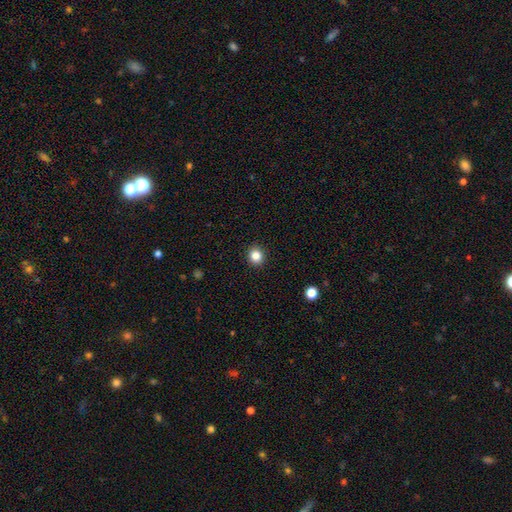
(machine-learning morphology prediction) The model was most divided on "smooth or featured": smooth: 84%, star or artifact: 11%, featured or disk: 5%. More confident: merging — none (93%); how rounded — round (86%).